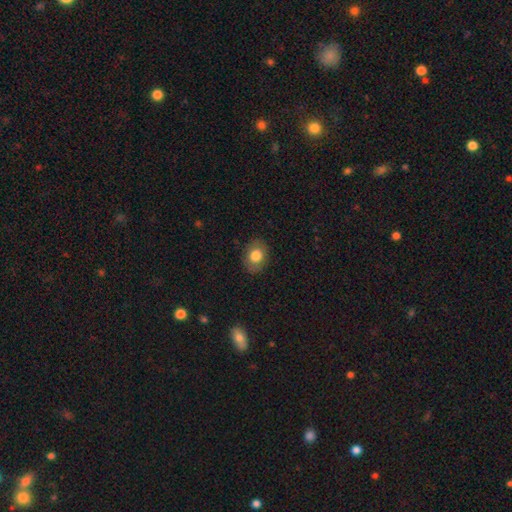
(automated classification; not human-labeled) This appears to be a smooth galaxy with no disk features (80%) that is in between round and cigar-shaped (61%). Merging: none (85%).